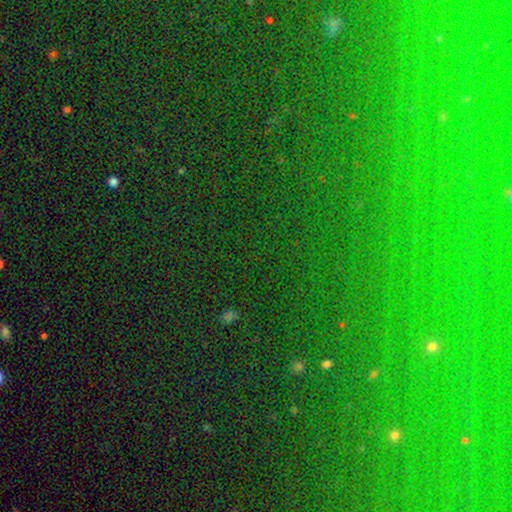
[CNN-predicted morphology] Smooth or featured? star or artifact (79%)